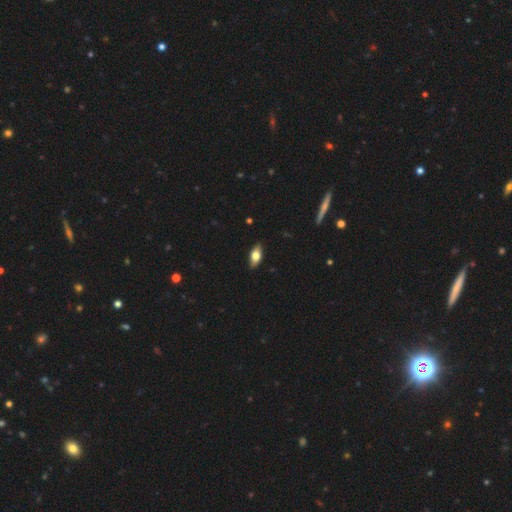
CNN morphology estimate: The model was most divided on "smooth or featured": smooth: 73%, featured or disk: 21%, star or artifact: 7%. More confident: how rounded — in between (88%); merging — none (87%).